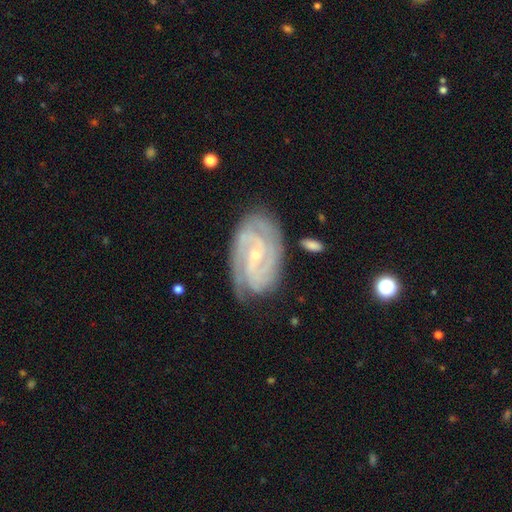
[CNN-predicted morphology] Smooth or featured? Predicted: featured or disk (p=0.91). Edge-on disk? Predicted: no (p=0.97). Bar? Predicted: weak (p=0.41). Spiral arms? Predicted: yes (p=0.98). Spiral winding? Predicted: tight (p=0.67). Spiral arm count? Predicted: 2 (p=0.33). Bulge size? Predicted: small (p=0.76). Merging? Predicted: none (p=0.77).